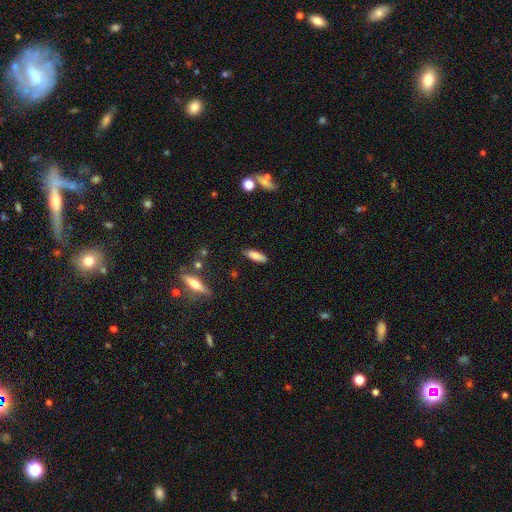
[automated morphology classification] Q: Smooth or featured?
A: smooth (78%); runner-up: featured or disk (15%)
Q: How rounded?
A: in between (53%); runner-up: cigar-shaped (46%)
Q: Merging?
A: none (85%); runner-up: minor disturbance (10%)